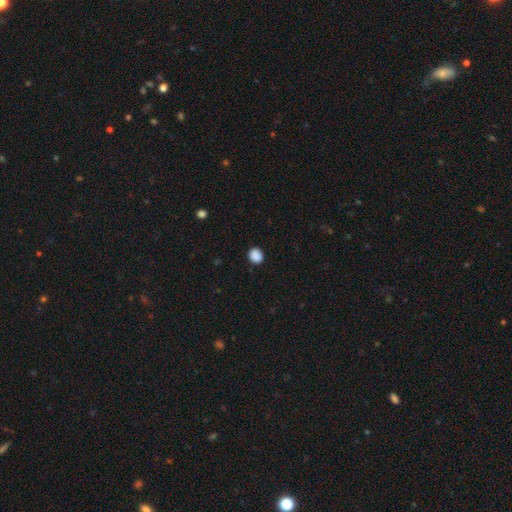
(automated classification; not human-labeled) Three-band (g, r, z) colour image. It shows a smooth galaxy with no disk features (89%) that is round (75%). Merging: none (89%).